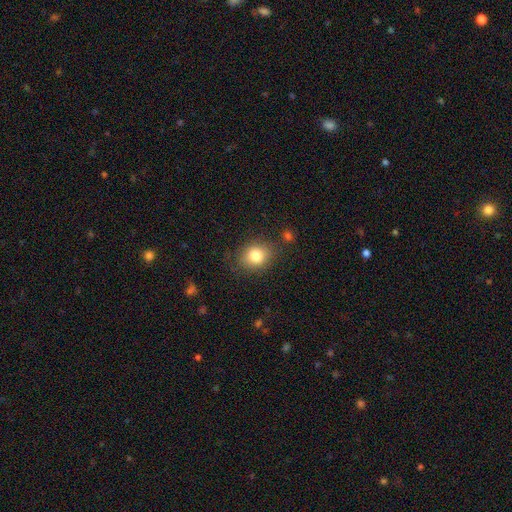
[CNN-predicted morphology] Smooth or featured?
  - smooth: 81% *
  - star or artifact: 10%
  - featured or disk: 8%
How rounded?
  - round: 58% *
  - in between: 41%
  - cigar-shaped: 1%
Merging?
  - none: 80% *
  - minor disturbance: 14%
  - major disturbance: 4%
  - merger: 3%